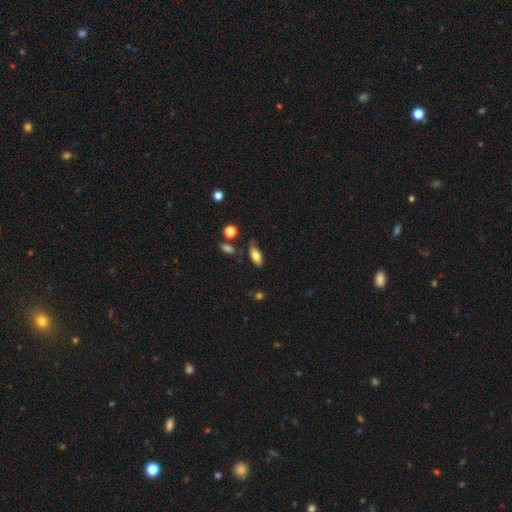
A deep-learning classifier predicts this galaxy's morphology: smooth_or_featured: smooth (p=0.76) [alt: featured or disk p=0.15]
how_rounded: in between (p=0.83) [alt: cigar-shaped p=0.13]
merging: none (p=0.57) [alt: minor disturbance p=0.29]